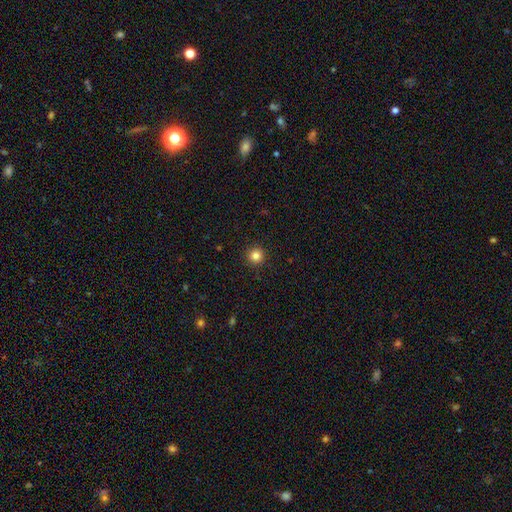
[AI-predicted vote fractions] A smooth galaxy with no disk features (83%) that is round (96%).

Vote fractions:
- Smooth or featured? smooth: 83% / star or artifact: 12% / featured or disk: 5%
- How rounded? round: 96% / in between: 3% / cigar-shaped: 1%
- Merging? none: 93% / minor disturbance: 5% / major disturbance: 2% / merger: 1%